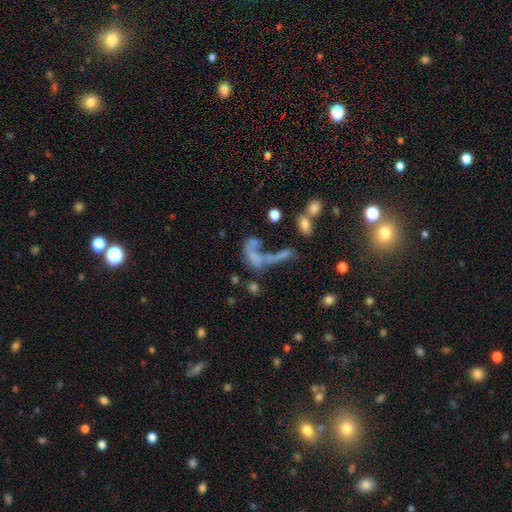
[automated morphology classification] This appears to be a smooth galaxy with no disk features (45%). Merging: merger (39%).